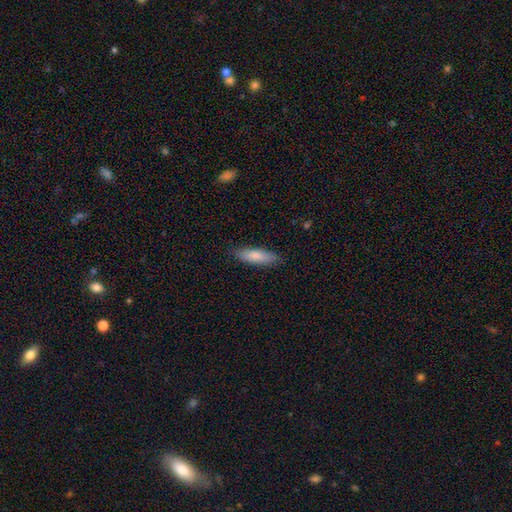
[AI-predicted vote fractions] Smooth or featured: smooth — 81% (featured or disk — 13%)
How rounded: cigar-shaped — 54% (in between — 45%)
Merging: none — 85% (minor disturbance — 11%)